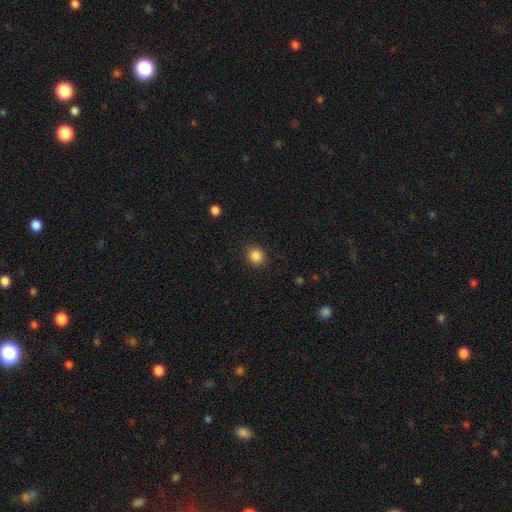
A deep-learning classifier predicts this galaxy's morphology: smooth 86%, star or artifact 10%, featured or disk 4%. Down the decision tree: how rounded — round (75%); merging — none (90%).